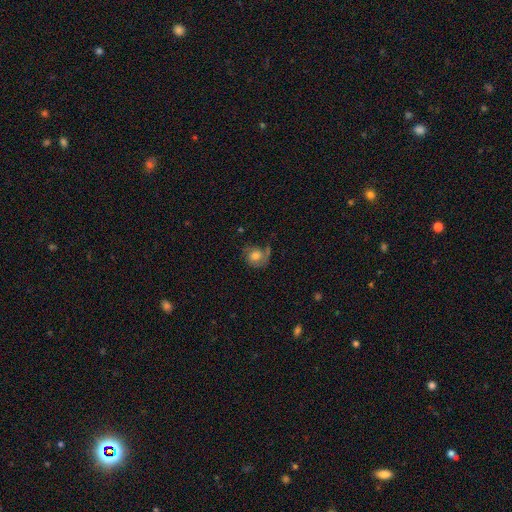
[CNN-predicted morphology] Overall: smooth (50%; featured or disk 40%). How rounded: round (68%; in between 31%). Merging: none (49%; minor disturbance 24%).